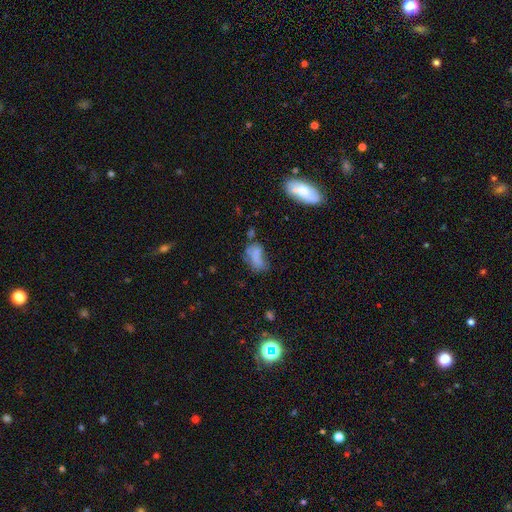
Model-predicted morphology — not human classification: A smooth galaxy with no disk features (60%) that is in between round and cigar-shaped (86%). Merging: none (29%, tied with major disturbance).